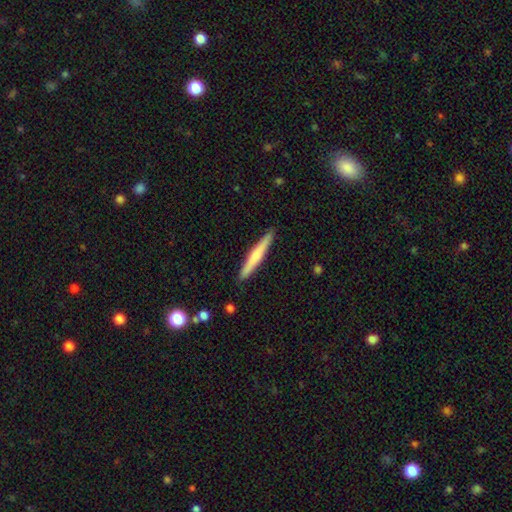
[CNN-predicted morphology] Overall: smooth (54%; featured or disk 40%). How rounded: cigar-shaped (95%). Merging: none (91%).